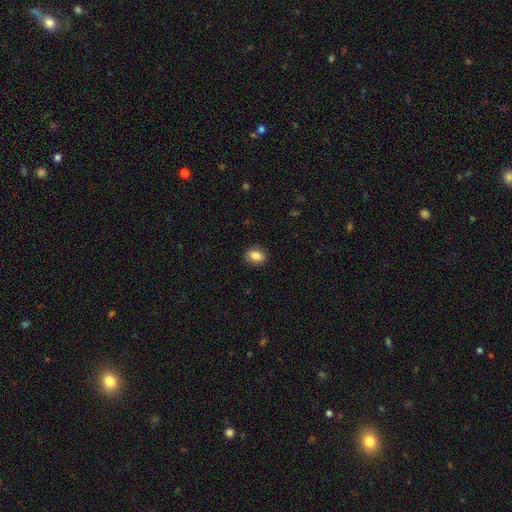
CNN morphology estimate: smooth_or_featured: smooth (p=0.85) [alt: star or artifact p=0.09]
how_rounded: in between (p=0.62) [alt: round p=0.37]
merging: none (p=0.89) [alt: minor disturbance p=0.08]